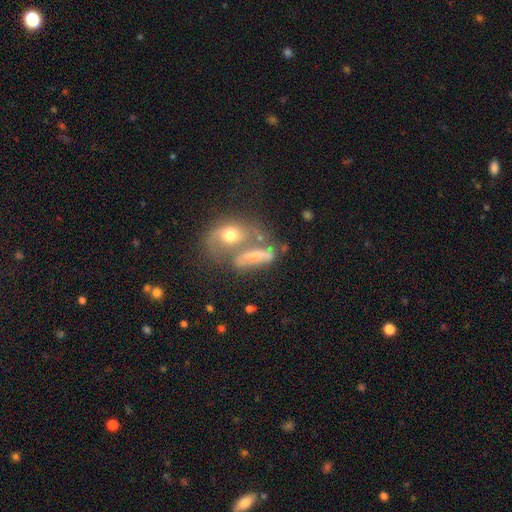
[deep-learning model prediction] Overall: smooth (50%; featured or disk 37%). Merging: merger (54%; none 21%).